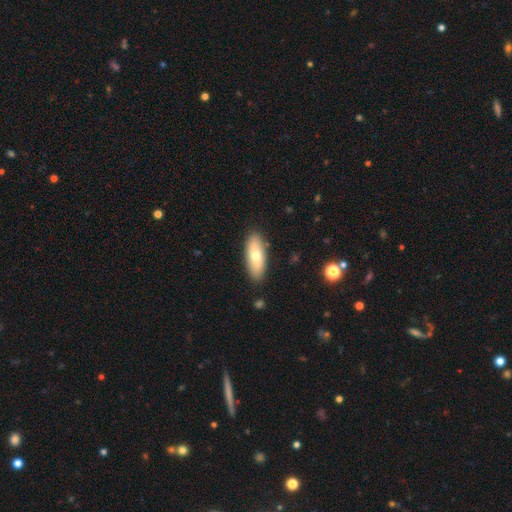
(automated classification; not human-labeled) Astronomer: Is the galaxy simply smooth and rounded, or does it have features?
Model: smooth — 68%.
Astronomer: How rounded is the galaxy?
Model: in between — 76%.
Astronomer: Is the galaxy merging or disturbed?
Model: none — 87%.